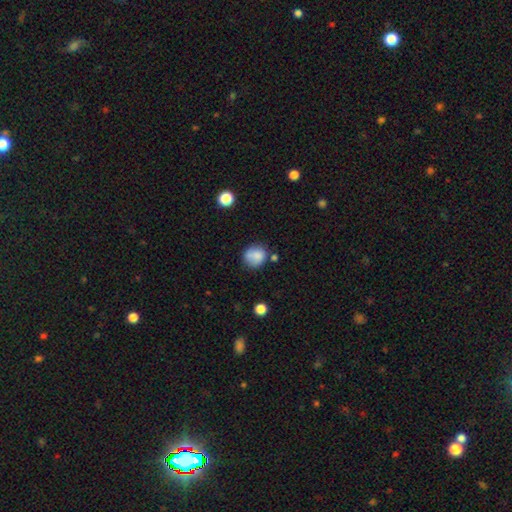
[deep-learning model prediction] Morphology: type=smooth (81%); roundness=round (77%); merging=none (61%).